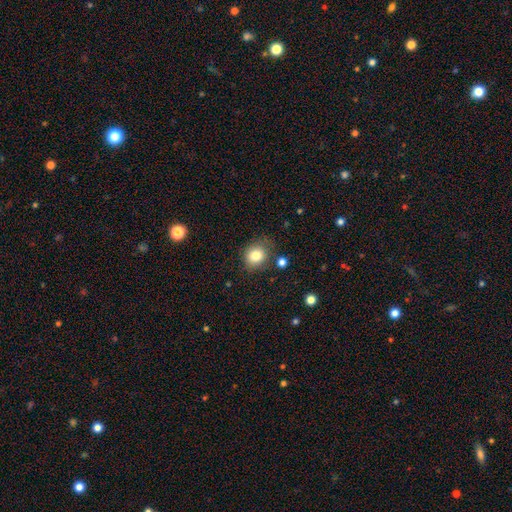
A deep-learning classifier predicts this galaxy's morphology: smooth_or_featured: smooth (p=0.82) [alt: star or artifact p=0.10]
how_rounded: round (p=0.70) [alt: in between p=0.29]
merging: none (p=0.74) [alt: minor disturbance p=0.17]